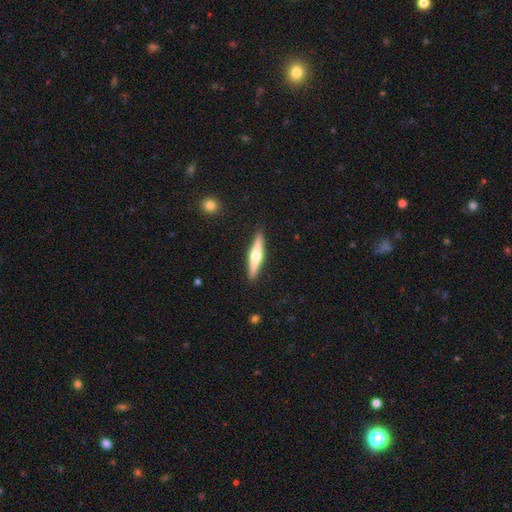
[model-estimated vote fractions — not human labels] Smooth or featured: featured or disk — 61% (smooth — 34%)
Edge-on disk: yes — 96% (no — 4%)
Edge-on bulge: rounded — 93% (boxy — 4%)
Merging: none — 91% (minor disturbance — 7%)